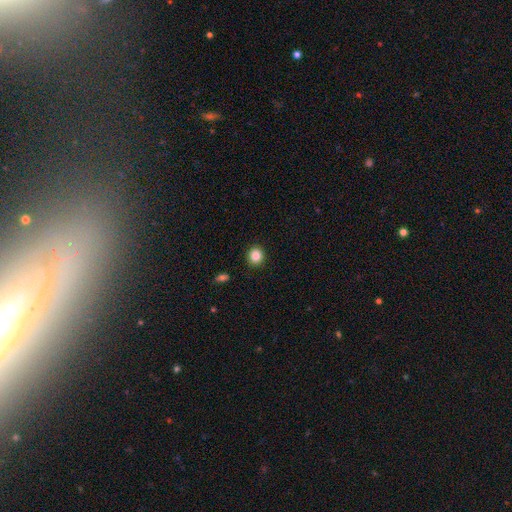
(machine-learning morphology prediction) Q: Smooth or featured?
A: smooth (86%); runner-up: star or artifact (10%)
Q: How rounded?
A: round (83%); runner-up: in between (16%)
Q: Merging?
A: none (91%); runner-up: minor disturbance (6%)